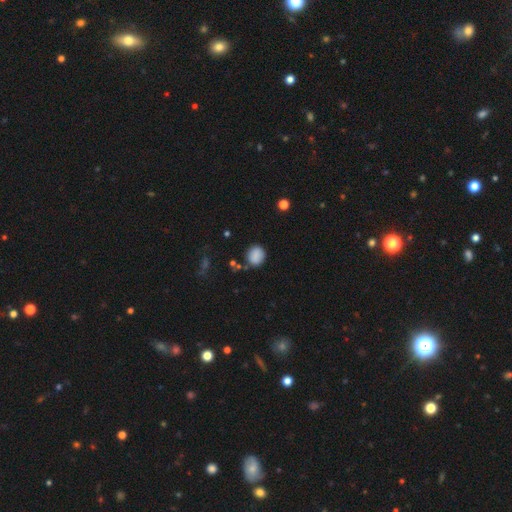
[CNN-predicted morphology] Smooth or featured?
  - smooth: 85% *
  - star or artifact: 9%
  - featured or disk: 5%
How rounded?
  - round: 75% *
  - in between: 24%
  - cigar-shaped: 1%
Merging?
  - none: 78% *
  - minor disturbance: 14%
  - merger: 4%
  - major disturbance: 4%